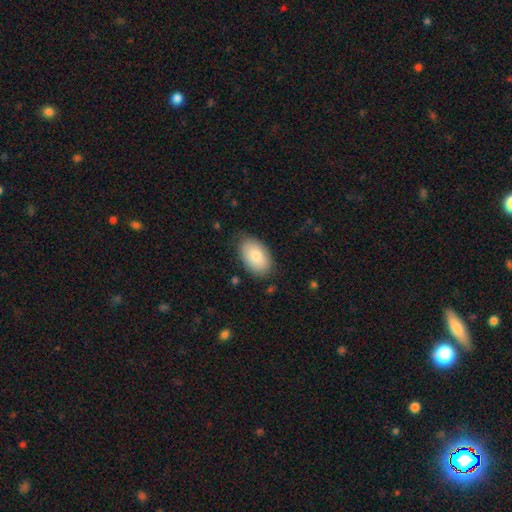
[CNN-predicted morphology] The model was most divided on "merging": none: 80%, minor disturbance: 15%, major disturbance: 3%, merger: 1%. More confident: how rounded — in between (93%); smooth or featured — smooth (81%).